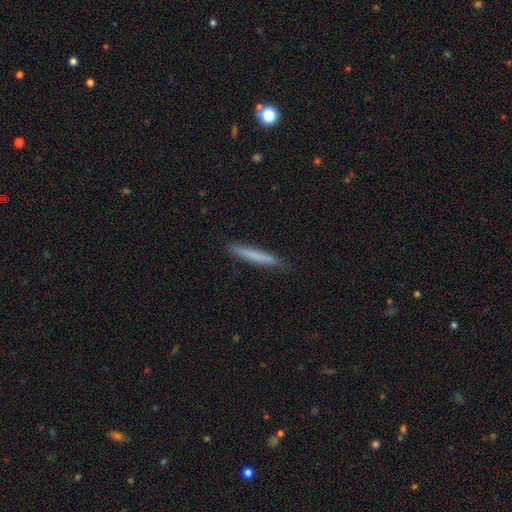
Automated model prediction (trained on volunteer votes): Smooth or featured? Predicted: smooth (p=0.74). How rounded? Predicted: cigar-shaped (p=0.96). Merging? Predicted: none (p=0.89).